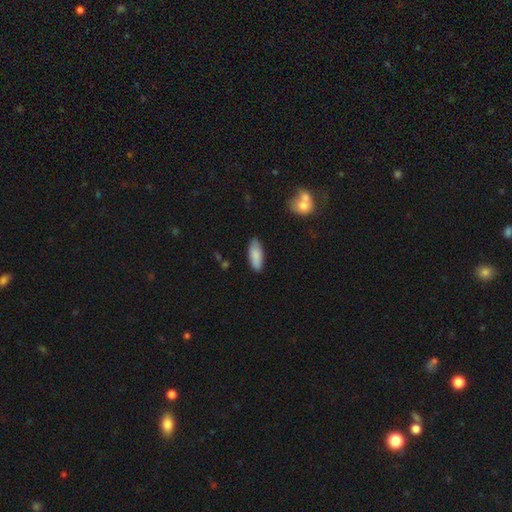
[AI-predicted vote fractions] The model was most divided on "how rounded": in between: 78%, cigar-shaped: 21%, round: 2%. More confident: smooth or featured — smooth (86%); merging — none (83%).